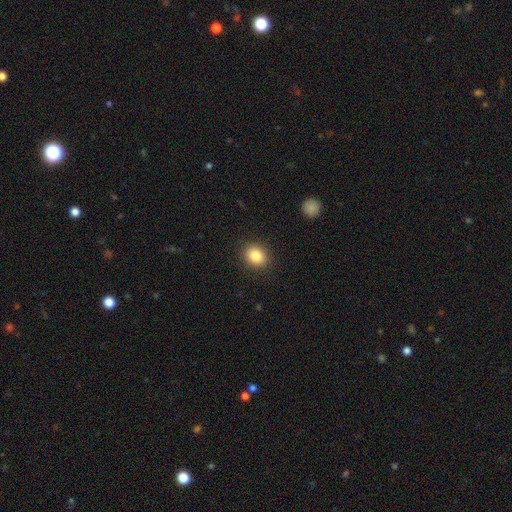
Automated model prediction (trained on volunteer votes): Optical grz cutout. It shows a smooth galaxy with no disk features (85%) that is round (60%). Merging: none (89%).